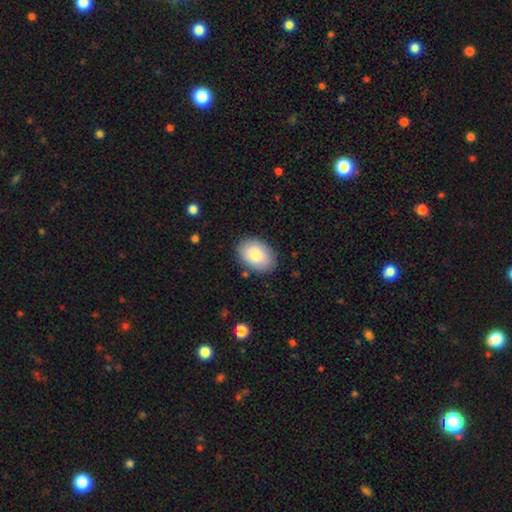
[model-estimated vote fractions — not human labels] This is clearly a smooth galaxy (84%). How rounded: clearly in between (86%). Merging: clearly none (87%).